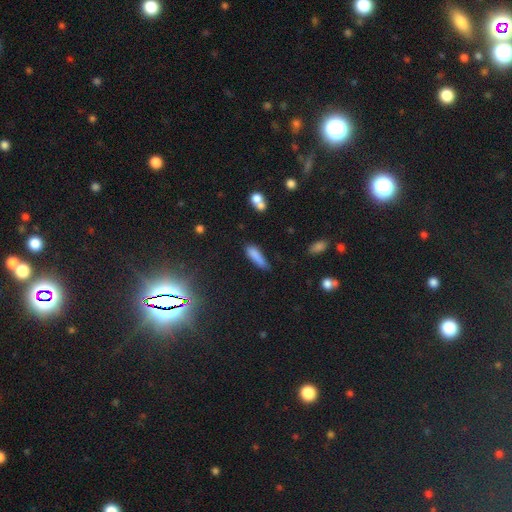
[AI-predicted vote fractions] smooth-or-featured: smooth: 81% | featured or disk: 10% | star or artifact: 10%
  how-rounded: cigar-shaped: 66% | in between: 32% | round: 2%
  merging: none: 57% | minor disturbance: 28% | major disturbance: 8% | merger: 7%